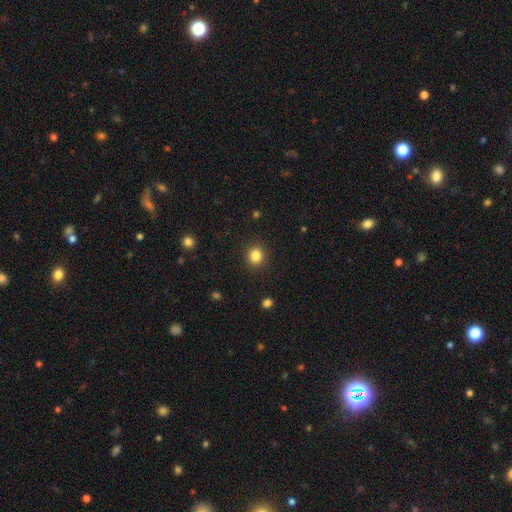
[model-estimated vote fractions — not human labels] smooth 84%, star or artifact 11%, featured or disk 4%. Down the decision tree: how rounded — round (83%); merging — none (90%).